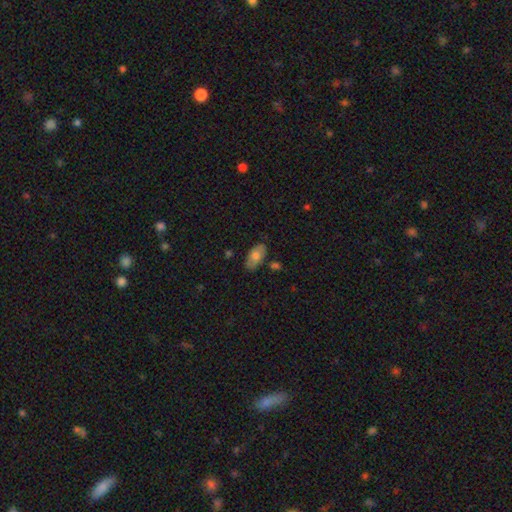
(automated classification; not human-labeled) Overall: smooth (65%; featured or disk 28%). How rounded: in between (93%). Merging: none (78%).